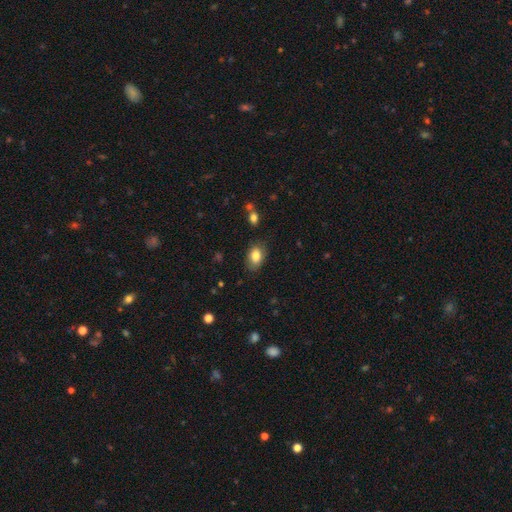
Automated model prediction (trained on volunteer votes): smooth-or-featured: smooth: 83% | featured or disk: 9% | star or artifact: 8%
  how-rounded: in between: 86% | round: 13% | cigar-shaped: 1%
  merging: none: 80% | minor disturbance: 15% | major disturbance: 3% | merger: 2%